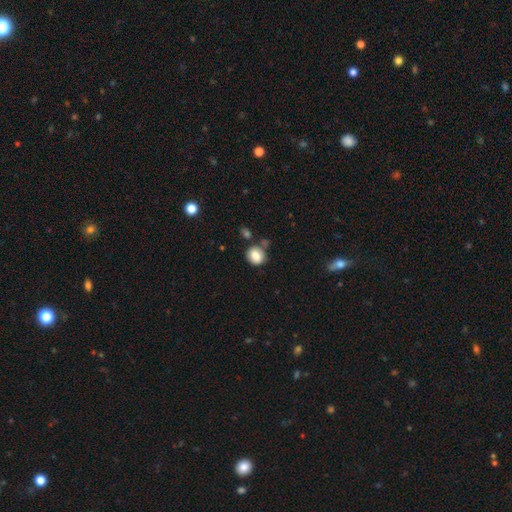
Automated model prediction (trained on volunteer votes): Smooth or featured? Predicted: smooth (p=0.83). How rounded? Predicted: round (p=0.73). Merging? Predicted: none (p=0.64).